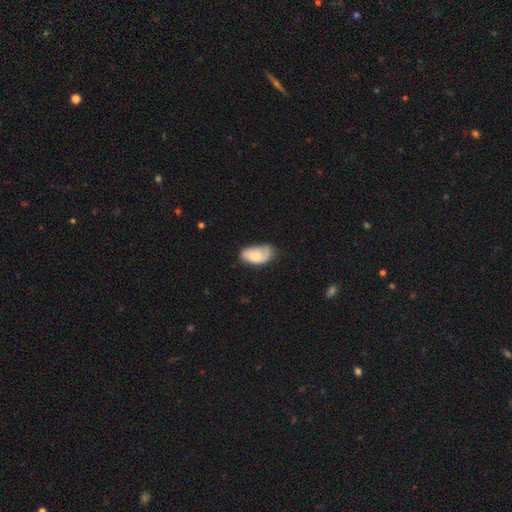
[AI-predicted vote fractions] Smooth or featured? Predicted: smooth (p=0.65). How rounded? Predicted: in between (p=0.93). Merging? Predicted: none (p=0.46).